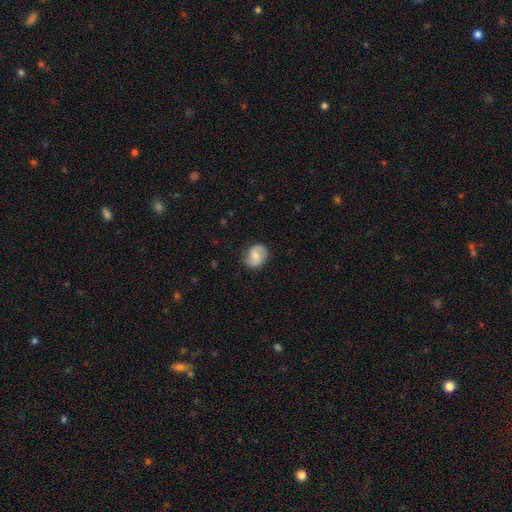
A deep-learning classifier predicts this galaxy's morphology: Smooth or featured? Predicted: smooth (p=0.50). Merging? Predicted: none (p=0.80).